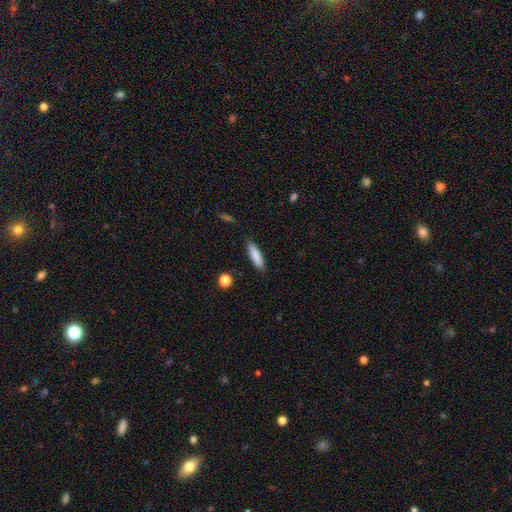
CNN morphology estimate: smooth 86%, featured or disk 8%, star or artifact 6%. Down the decision tree: how rounded — cigar-shaped (66%); merging — none (88%).